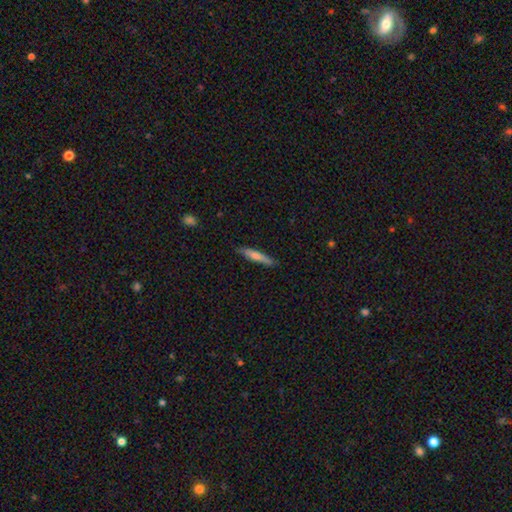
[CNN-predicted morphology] Overall: smooth (54%; featured or disk 40%). How rounded: cigar-shaped (91%). Merging: none (86%).